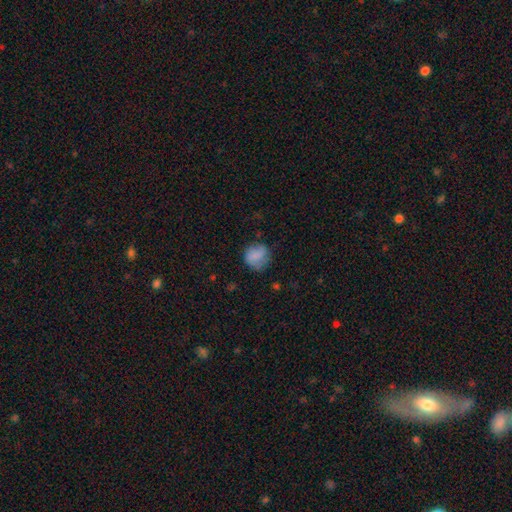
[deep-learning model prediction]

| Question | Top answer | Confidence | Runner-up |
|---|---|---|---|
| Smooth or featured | smooth | 79% | featured or disk (12%) |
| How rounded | round | 81% | in between (18%) |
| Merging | none | 66% | minor disturbance (24%) |